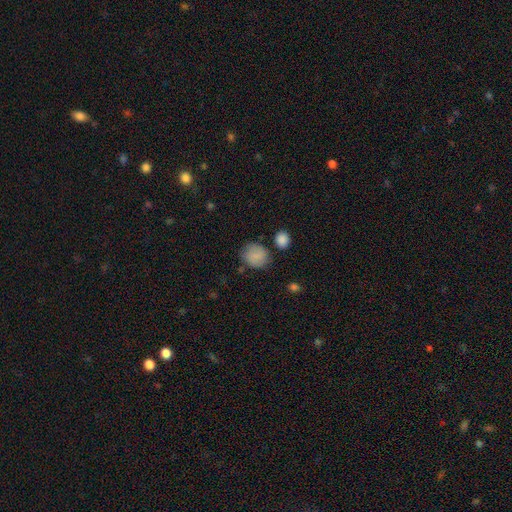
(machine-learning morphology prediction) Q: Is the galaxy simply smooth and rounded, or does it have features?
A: smooth — 84%.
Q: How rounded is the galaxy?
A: round — 67%.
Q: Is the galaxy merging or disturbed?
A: none — 72%.